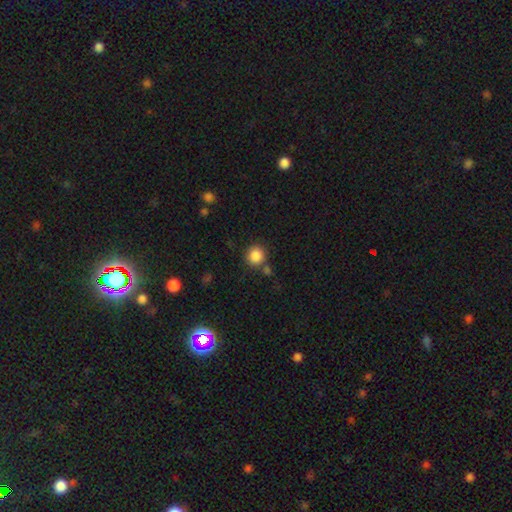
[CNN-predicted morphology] smooth-or-featured: smooth: 86% | star or artifact: 10% | featured or disk: 4%
  how-rounded: round: 90% | in between: 9% | cigar-shaped: 1%
  merging: none: 75% | merger: 11% | minor disturbance: 10% | major disturbance: 4%